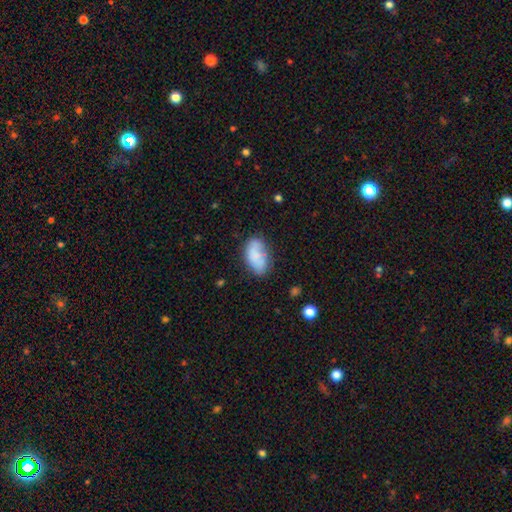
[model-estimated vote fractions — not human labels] The model was most divided on "merging": none: 61%, minor disturbance: 24%, major disturbance: 8%, merger: 7%. More confident: how rounded — in between (93%); smooth or featured — smooth (77%).